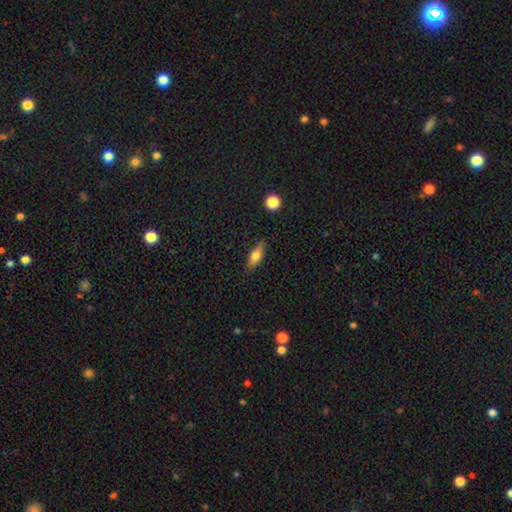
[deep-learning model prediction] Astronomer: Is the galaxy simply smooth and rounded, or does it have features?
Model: smooth — 76%.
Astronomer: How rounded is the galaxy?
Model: in between — 66%.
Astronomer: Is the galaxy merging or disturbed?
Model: none — 81%.